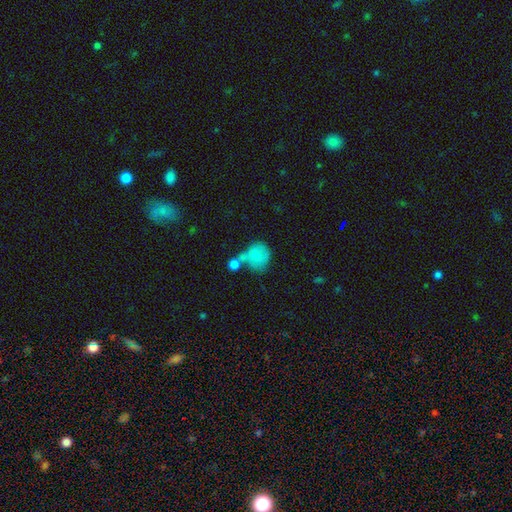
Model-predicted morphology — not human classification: This appears to be a smooth galaxy with no disk features (76%) that is round (75%). Merging: merger (37%).